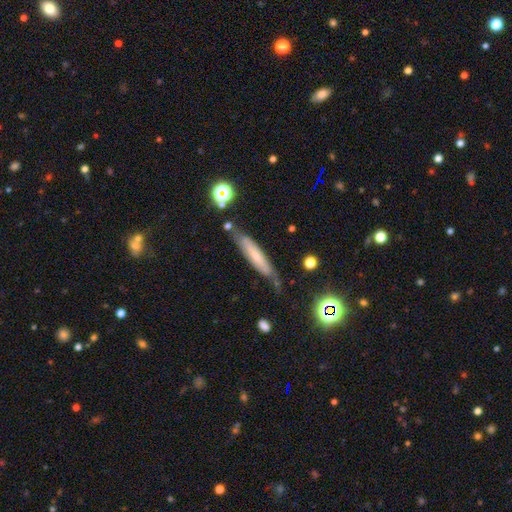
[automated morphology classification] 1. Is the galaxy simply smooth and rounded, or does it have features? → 49% smooth, 41% featured or disk, 10% star or artifact.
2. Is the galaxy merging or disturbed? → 67% none, 22% minor disturbance, 6% major disturbance, 5% merger.